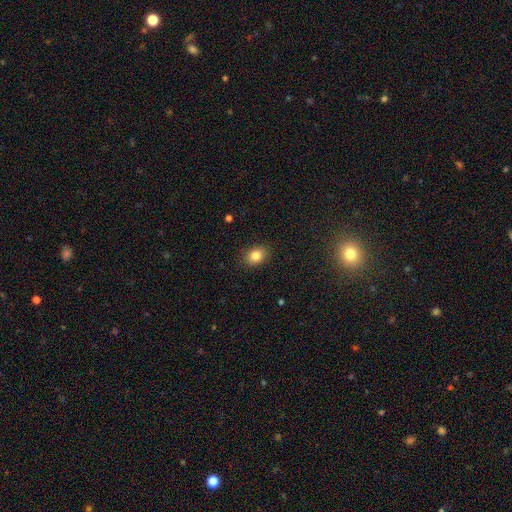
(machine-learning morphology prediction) This is clearly a smooth galaxy (84%). How rounded: likely in between (62%). Merging: clearly none (89%).